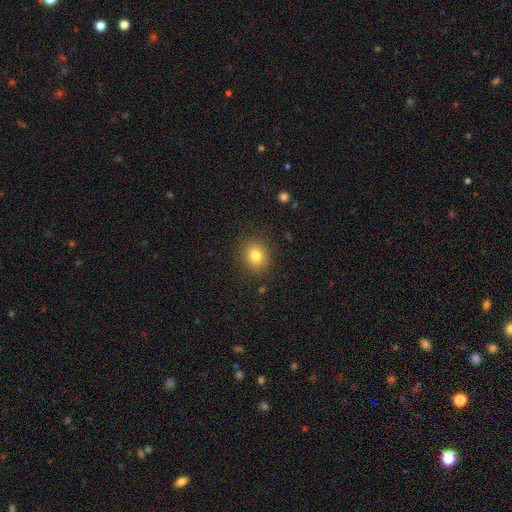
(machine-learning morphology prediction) Smooth or featured? Predicted: smooth (p=0.81). How rounded? Predicted: round (p=0.76). Merging? Predicted: none (p=0.88).